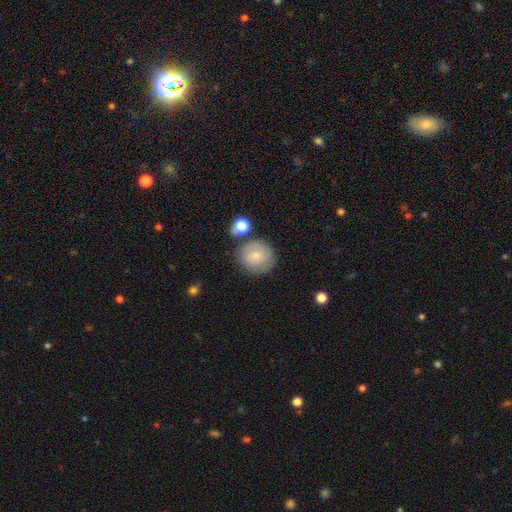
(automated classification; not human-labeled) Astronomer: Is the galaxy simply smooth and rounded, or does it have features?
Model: smooth — 76%.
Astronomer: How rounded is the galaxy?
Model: round — 87%.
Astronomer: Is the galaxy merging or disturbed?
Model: none — 71%.